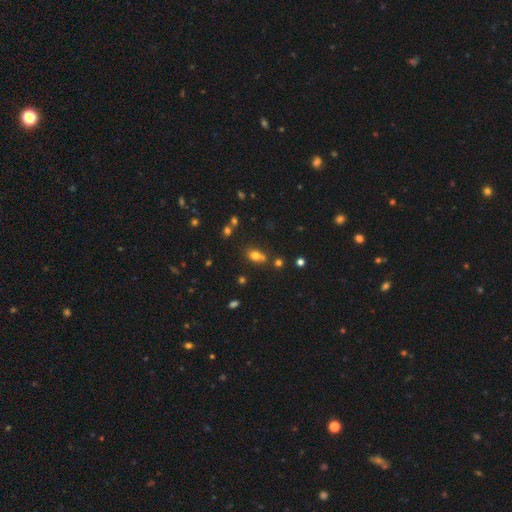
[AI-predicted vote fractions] Overall: smooth (73%). How rounded: in between (67%; round 29%). Merging: none (55%; merger 27%).